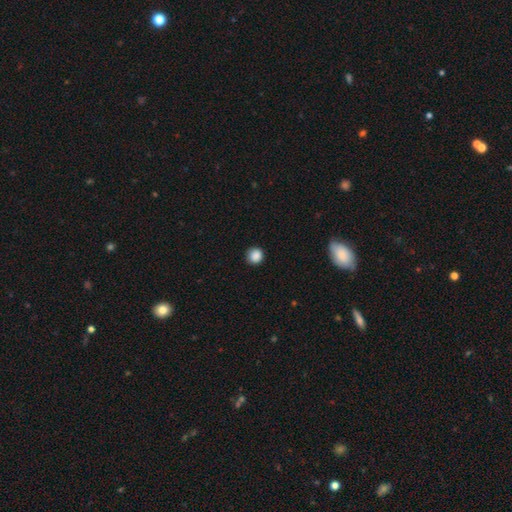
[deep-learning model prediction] This appears to be a smooth galaxy with no disk features (87%) that is round (93%). Merging: none (88%).